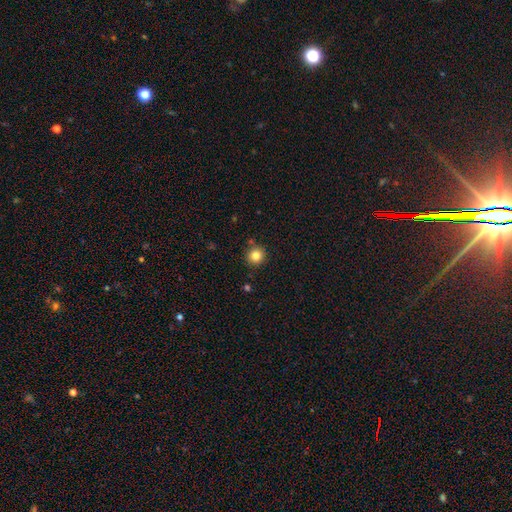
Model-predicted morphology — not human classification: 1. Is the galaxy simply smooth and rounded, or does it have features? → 83% smooth, 11% star or artifact, 6% featured or disk.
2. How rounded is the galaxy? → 94% round, 5% in between, 1% cigar-shaped.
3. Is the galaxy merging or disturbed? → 87% none, 7% minor disturbance, 3% merger, 2% major disturbance.